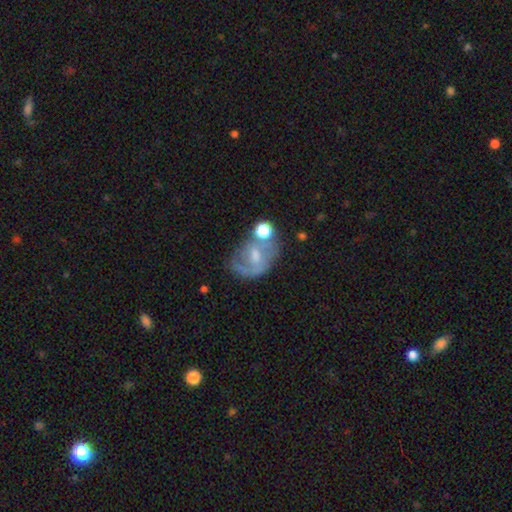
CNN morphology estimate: featured or disk 56%, smooth 30%, star or artifact 14%. Down the decision tree: edge-on disk — no (96%); bar — no (45%); spiral arms — yes (63%); bulge size — small (42%); merging — none (42%).